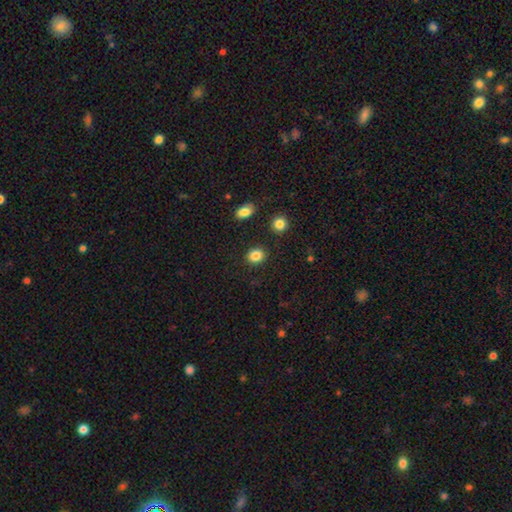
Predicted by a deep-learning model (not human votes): Q: Smooth or featured?
A: smooth (86%); runner-up: star or artifact (10%)
Q: How rounded?
A: round (71%); runner-up: in between (28%)
Q: Merging?
A: none (88%); runner-up: minor disturbance (7%)